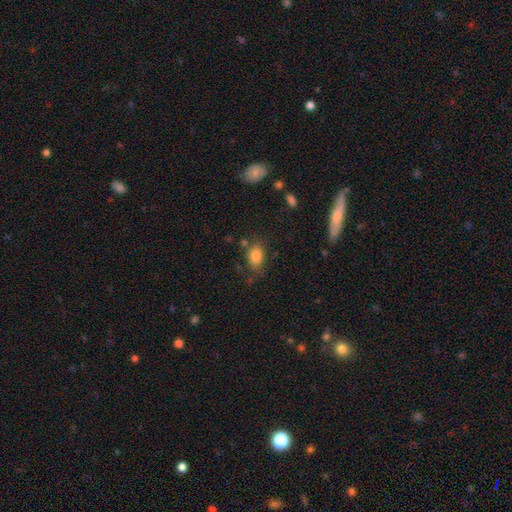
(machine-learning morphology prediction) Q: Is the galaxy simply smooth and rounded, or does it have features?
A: smooth — 82%.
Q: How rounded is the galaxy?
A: in between — 78%.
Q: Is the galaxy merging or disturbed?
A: none — 68%.